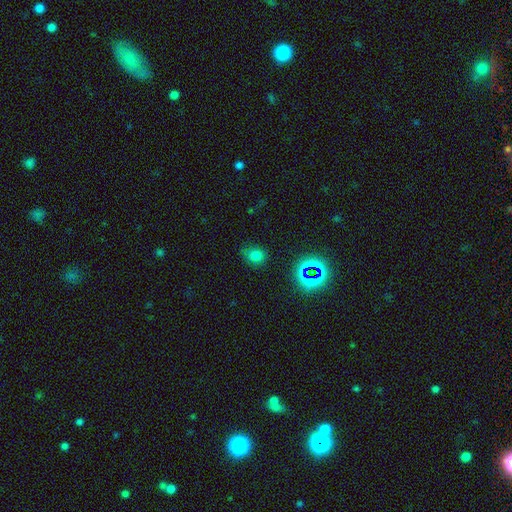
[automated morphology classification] Smooth or featured: smooth — 69% (star or artifact — 24%)
How rounded: round — 62% (in between — 36%)
Merging: none — 70% (minor disturbance — 21%)